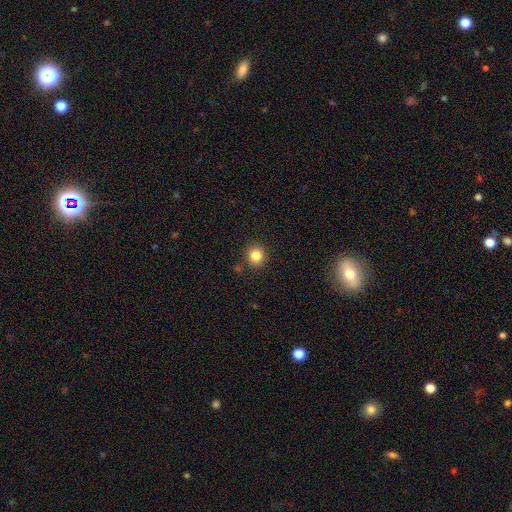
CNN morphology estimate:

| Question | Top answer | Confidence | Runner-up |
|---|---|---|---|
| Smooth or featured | smooth | 84% | star or artifact (11%) |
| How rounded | round | 89% | in between (10%) |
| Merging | none | 88% | minor disturbance (7%) |